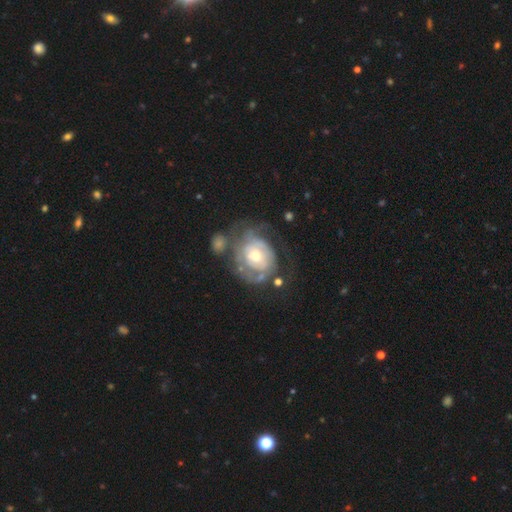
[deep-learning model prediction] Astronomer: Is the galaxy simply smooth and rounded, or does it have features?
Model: featured or disk — 75%.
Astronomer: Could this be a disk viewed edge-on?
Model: no — 97%.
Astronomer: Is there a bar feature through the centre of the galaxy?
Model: no — 72%.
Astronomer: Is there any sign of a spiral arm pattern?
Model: yes — 76%.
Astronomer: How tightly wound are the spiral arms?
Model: tight — 64%.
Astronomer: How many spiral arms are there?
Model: can't tell — 51%.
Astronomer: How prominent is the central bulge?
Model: moderate — 63%.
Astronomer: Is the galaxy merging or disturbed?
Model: none — 44% (runner-up: major disturbance, 25%).